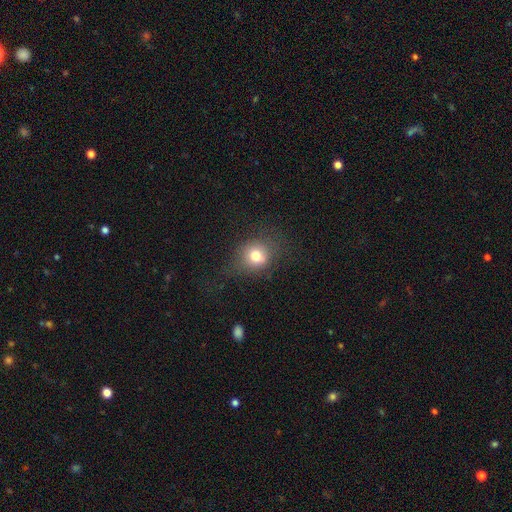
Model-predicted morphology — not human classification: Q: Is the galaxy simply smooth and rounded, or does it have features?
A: smooth — 74%.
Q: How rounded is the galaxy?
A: round — 74%.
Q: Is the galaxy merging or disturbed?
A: none — 70%.